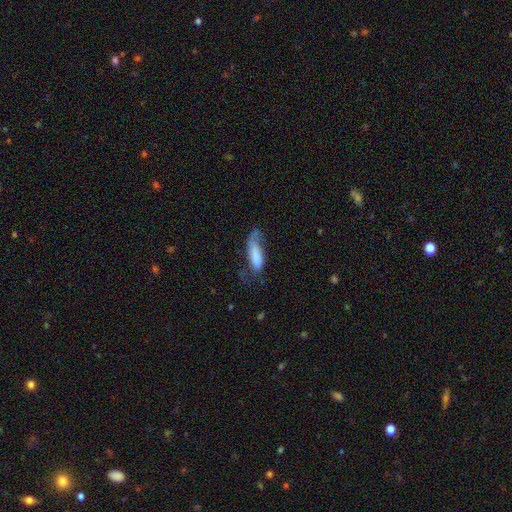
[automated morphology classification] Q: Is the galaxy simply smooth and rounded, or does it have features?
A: smooth — 75%.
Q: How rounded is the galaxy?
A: in between — 57%.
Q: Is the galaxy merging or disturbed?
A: minor disturbance — 33%.